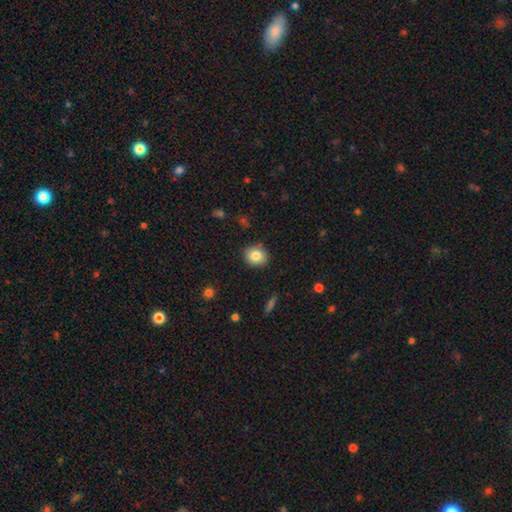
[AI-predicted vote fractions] Smooth or featured? Predicted: smooth (p=0.81). How rounded? Predicted: round (p=0.76). Merging? Predicted: none (p=0.88).